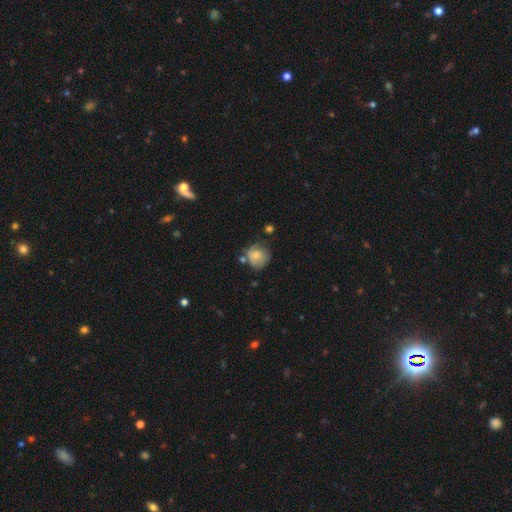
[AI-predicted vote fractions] smooth 63%, featured or disk 28%, star or artifact 8%. Down the decision tree: how rounded — round (76%); merging — none (49%).